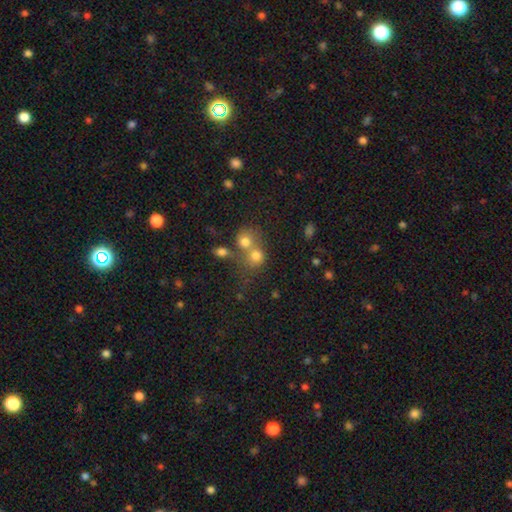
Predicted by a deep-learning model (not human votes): Overall: smooth (74%). How rounded: round (77%). Merging: merger (54%; none 35%).